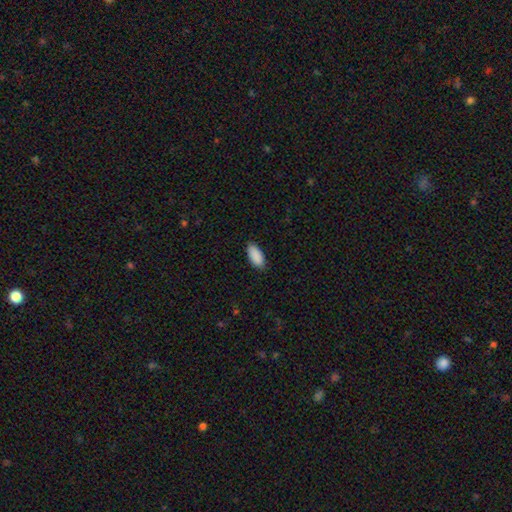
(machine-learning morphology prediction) type=smooth (91%); roundness=in between (93%); merging=none (86%).